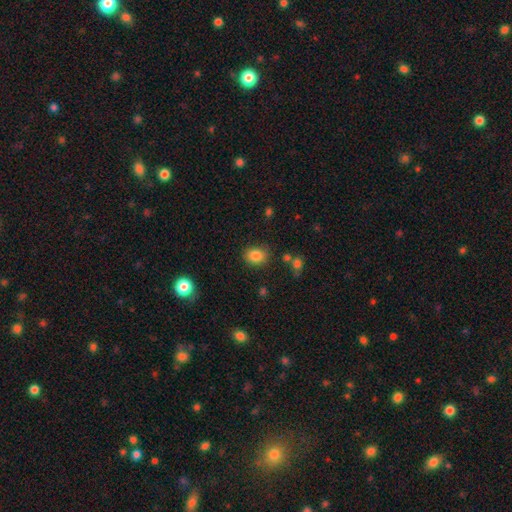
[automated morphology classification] A smooth galaxy with no disk features (84%) that is round (52%). Merging: none (80%).